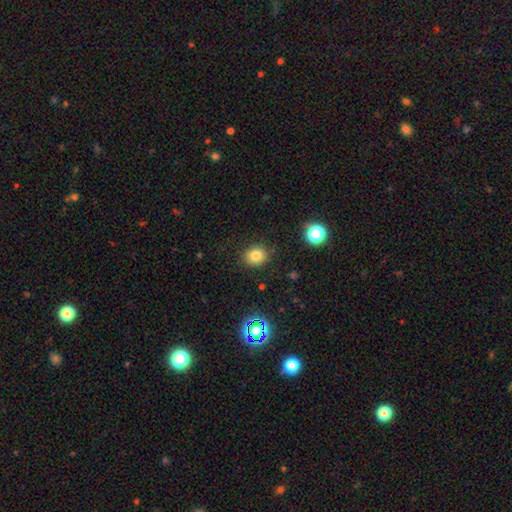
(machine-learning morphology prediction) smooth 80%, star or artifact 14%, featured or disk 6%. Down the decision tree: how rounded — round (73%); merging — none (86%).